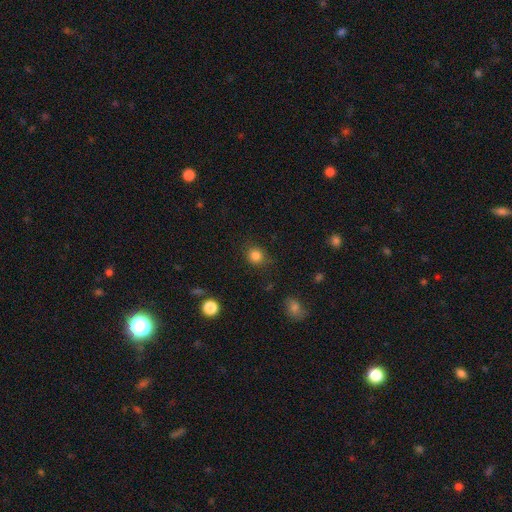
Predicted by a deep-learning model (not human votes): A smooth galaxy with no disk features (84%) that is round (79%). Merging: none (82%).